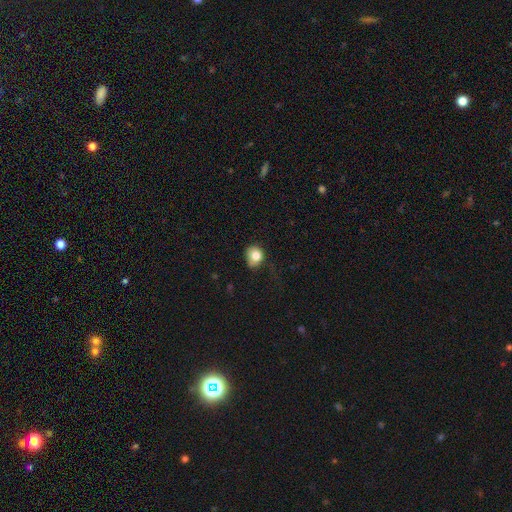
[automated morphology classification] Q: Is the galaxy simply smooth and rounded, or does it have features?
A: smooth — 80%.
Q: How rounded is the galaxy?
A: round — 64%.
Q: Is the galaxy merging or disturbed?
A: none — 49%.